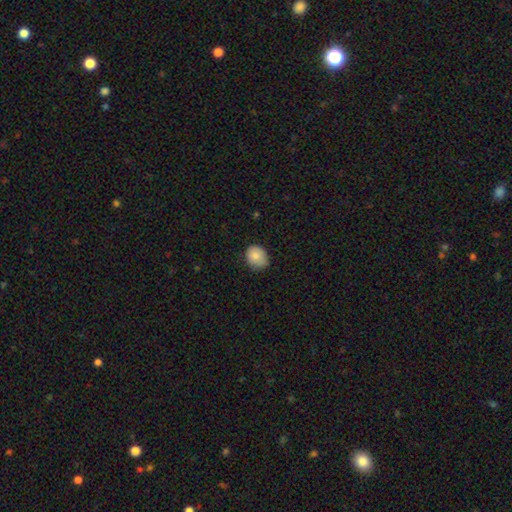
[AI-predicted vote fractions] smooth-or-featured: smooth: 85% | star or artifact: 8% | featured or disk: 8%
  how-rounded: round: 57% | in between: 42% | cigar-shaped: 1%
  merging: none: 67% | minor disturbance: 28% | major disturbance: 4% | merger: 1%